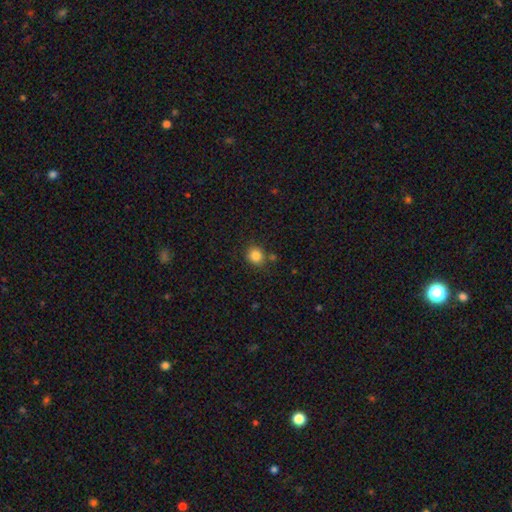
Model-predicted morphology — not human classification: A smooth galaxy with no disk features (84%) that is round (84%). Merging: none (77%).